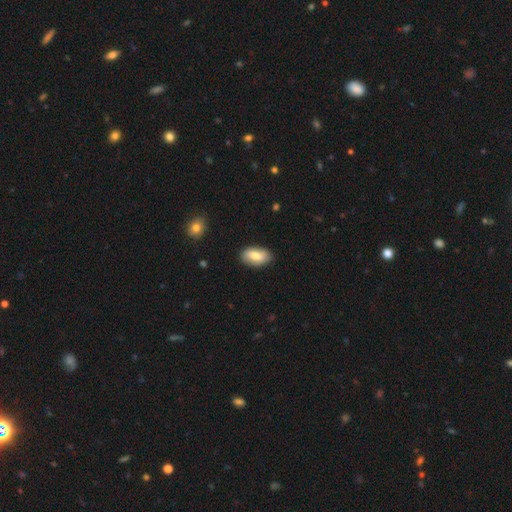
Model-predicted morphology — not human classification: This is likely a smooth galaxy (76%). How rounded: clearly in between (93%). Merging: clearly none (84%).